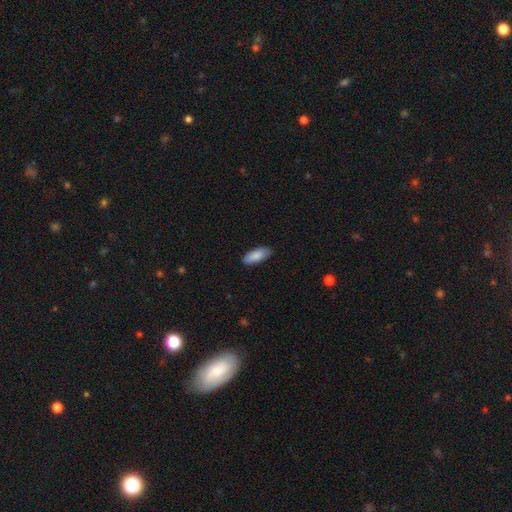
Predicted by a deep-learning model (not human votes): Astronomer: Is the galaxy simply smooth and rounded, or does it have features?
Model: smooth — 88%.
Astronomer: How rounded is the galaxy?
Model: in between — 81%.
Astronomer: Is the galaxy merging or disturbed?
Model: none — 86%.